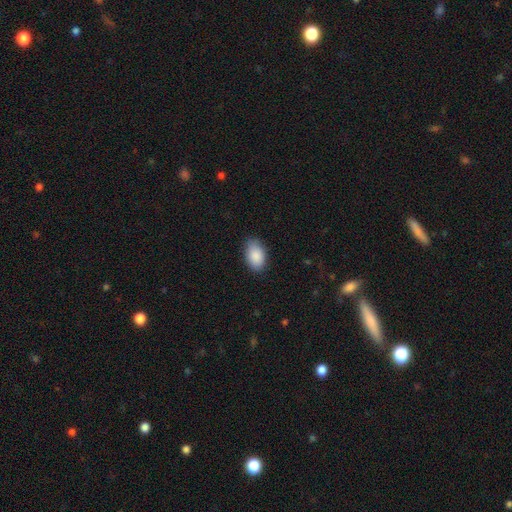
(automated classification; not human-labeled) smooth 89%, star or artifact 6%, featured or disk 5%. Down the decision tree: how rounded — in between (92%); merging — none (83%).